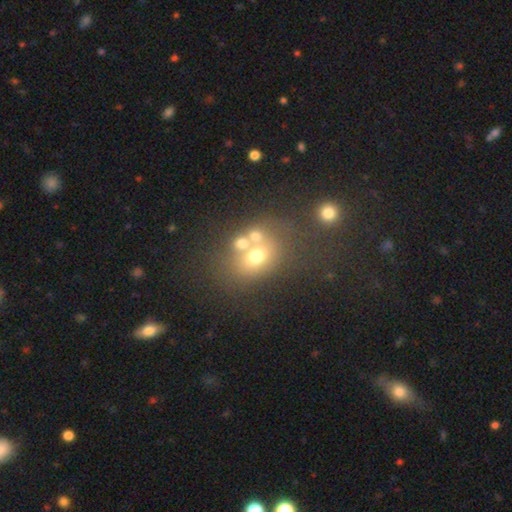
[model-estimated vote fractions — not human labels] Smooth or featured? Predicted: smooth (p=0.61). How rounded? Predicted: in between (p=0.52). Merging? Predicted: none (p=0.41).